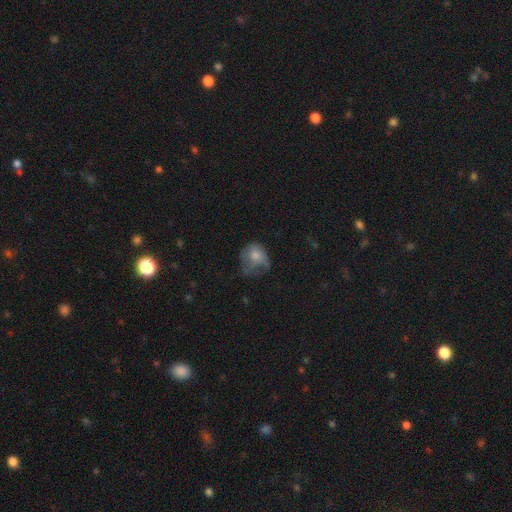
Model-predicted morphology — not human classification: Q: Smooth or featured?
A: smooth (65%); runner-up: featured or disk (25%)
Q: How rounded?
A: round (62%); runner-up: in between (37%)
Q: Merging?
A: none (34%); runner-up: major disturbance (33%)